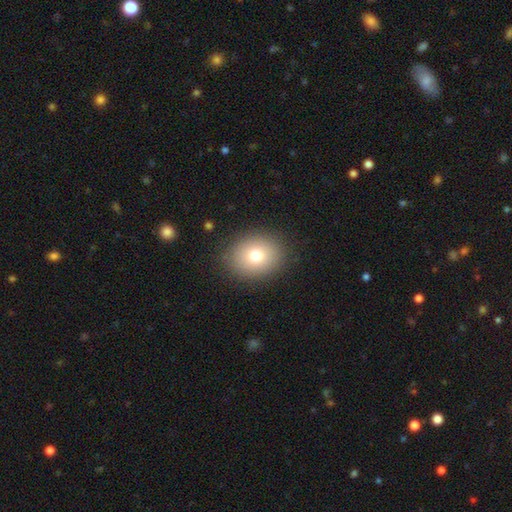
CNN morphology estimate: The model was most divided on "how rounded": round: 51%, in between: 48%, cigar-shaped: 1%. More confident: merging — none (87%); smooth or featured — smooth (76%).